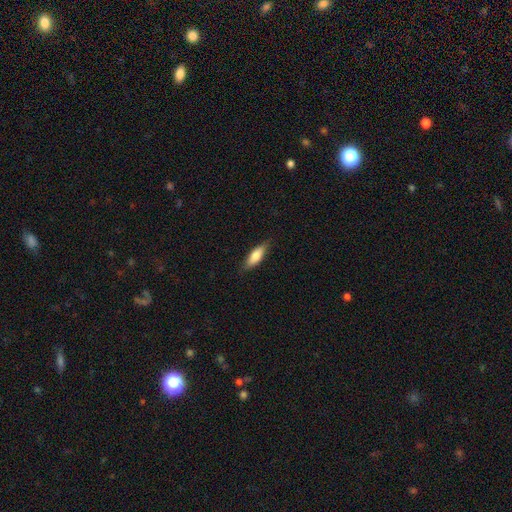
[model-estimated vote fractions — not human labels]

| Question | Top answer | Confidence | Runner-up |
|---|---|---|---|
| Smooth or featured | smooth | 76% | featured or disk (18%) |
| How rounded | in between | 60% | cigar-shaped (37%) |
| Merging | none | 81% | minor disturbance (15%) |